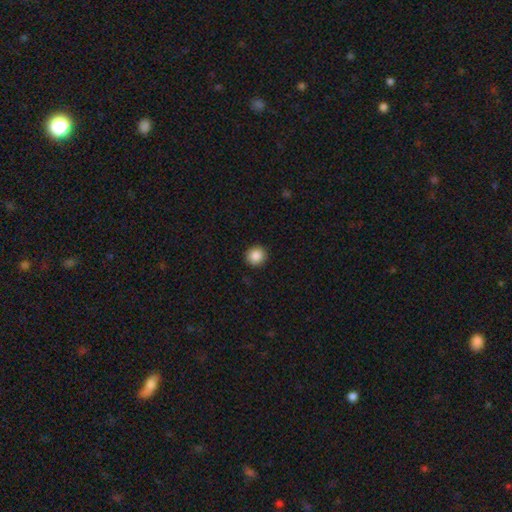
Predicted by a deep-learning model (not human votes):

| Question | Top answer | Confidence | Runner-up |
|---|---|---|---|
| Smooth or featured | smooth | 87% | star or artifact (9%) |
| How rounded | round | 91% | in between (8%) |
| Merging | none | 92% | minor disturbance (5%) |